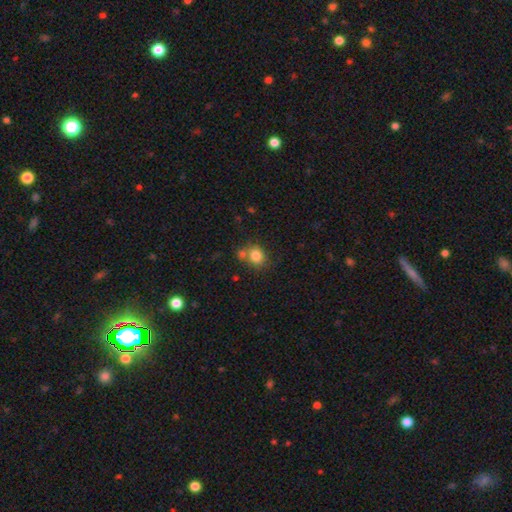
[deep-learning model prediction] A smooth galaxy with no disk features (82%) that is round (73%). Merging: none (60%).